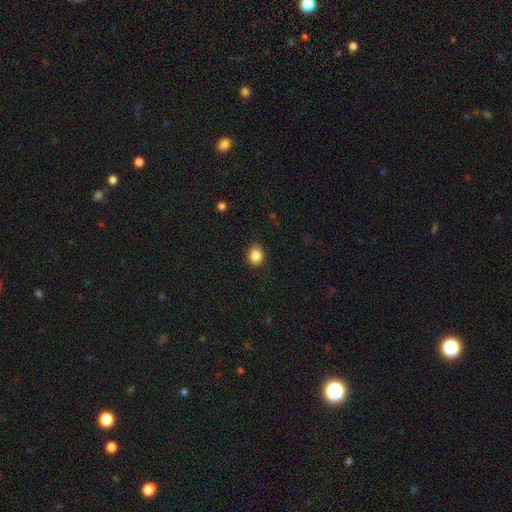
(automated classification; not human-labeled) The model was most divided on "how rounded": round: 62%, in between: 37%, cigar-shaped: 1%. More confident: merging — none (89%); smooth or featured — smooth (86%).